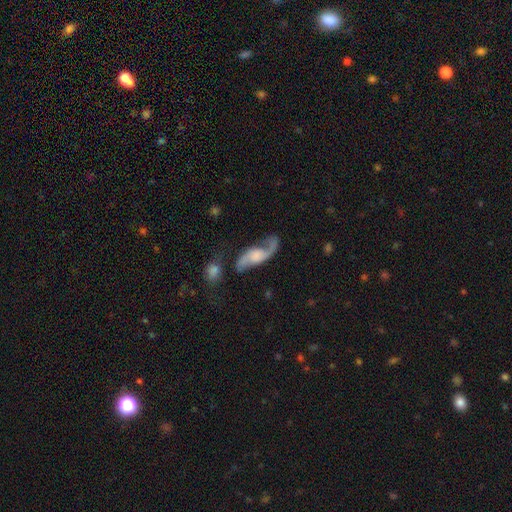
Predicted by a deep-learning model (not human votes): Morphology: type=featured or disk (82%); edge-on=no (92%); bar=no (54%); spiral arms=yes (95%); winding=loose (72%); arm count=2 (88%); bulge=none (27%); merging=none (54%).